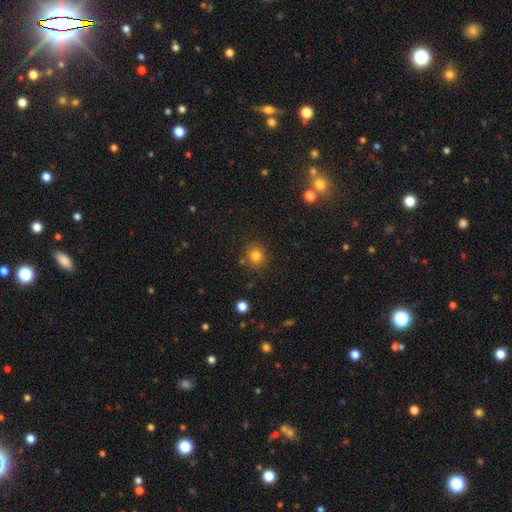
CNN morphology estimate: smooth 81%, star or artifact 13%, featured or disk 6%. Down the decision tree: how rounded — round (87%); merging — none (83%).